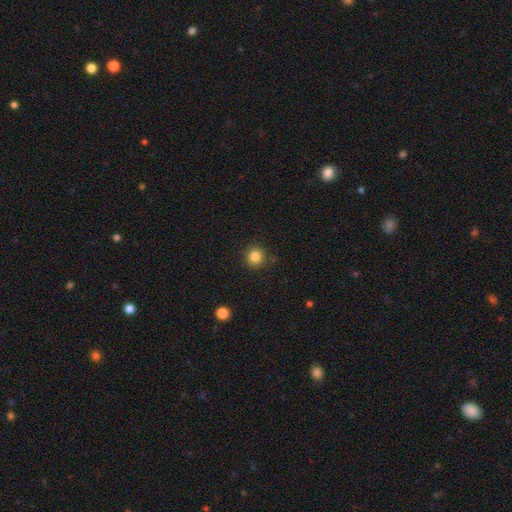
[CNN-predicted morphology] A smooth galaxy with no disk features (84%) that is round (93%).

Vote fractions:
- Smooth or featured? smooth: 84% / star or artifact: 11% / featured or disk: 4%
- How rounded? round: 93% / in between: 6% / cigar-shaped: 1%
- Merging? none: 90% / minor disturbance: 7% / major disturbance: 2% / merger: 2%